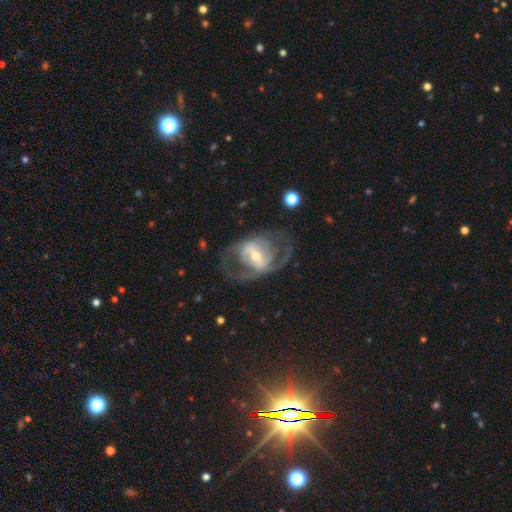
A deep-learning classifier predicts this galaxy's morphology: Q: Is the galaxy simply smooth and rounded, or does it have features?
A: featured or disk — 80%.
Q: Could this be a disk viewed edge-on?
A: no — 95%.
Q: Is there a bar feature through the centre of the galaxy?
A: strong — 40%.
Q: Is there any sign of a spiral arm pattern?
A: yes — 72%.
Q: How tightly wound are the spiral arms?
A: medium — 50%.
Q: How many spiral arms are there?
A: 2 — 73%.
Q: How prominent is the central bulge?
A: moderate — 49%.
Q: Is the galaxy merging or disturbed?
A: none — 62%.